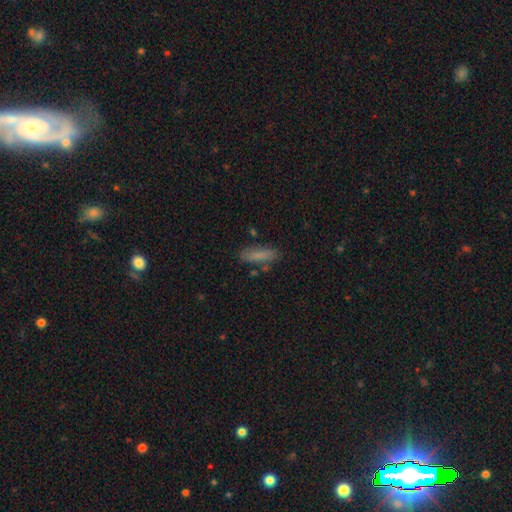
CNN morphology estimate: The model was most divided on "how rounded": cigar-shaped: 76%, in between: 22%, round: 2%. More confident: merging — none (82%); smooth or featured — smooth (77%).